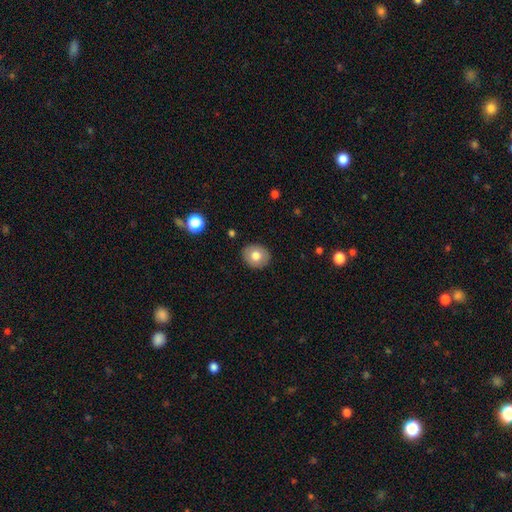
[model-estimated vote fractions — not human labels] A smooth galaxy with no disk features (76%) that is round (70%). Merging: none (89%).